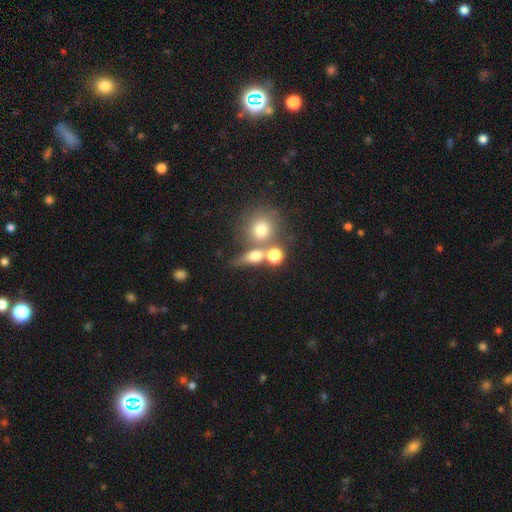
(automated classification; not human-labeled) Overall: smooth (65%). How rounded: round (53%; in between 36%). Merging: none (41%; merger 38%).